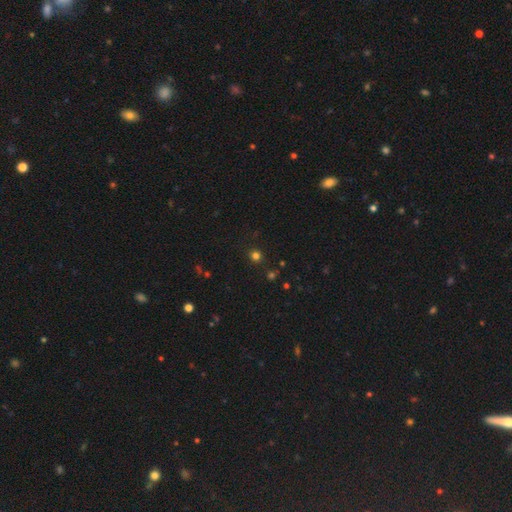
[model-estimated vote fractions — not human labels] Overall: smooth (76%). How rounded: round (92%). Merging: none (90%).